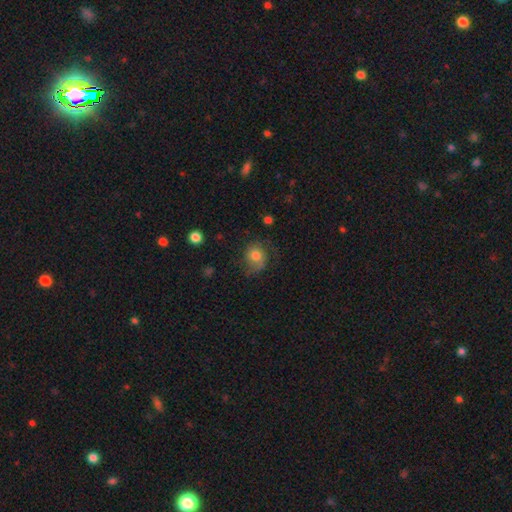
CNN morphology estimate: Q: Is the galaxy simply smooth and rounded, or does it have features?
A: smooth — 66%.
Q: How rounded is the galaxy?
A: round — 74%.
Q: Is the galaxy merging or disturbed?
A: none — 61%.